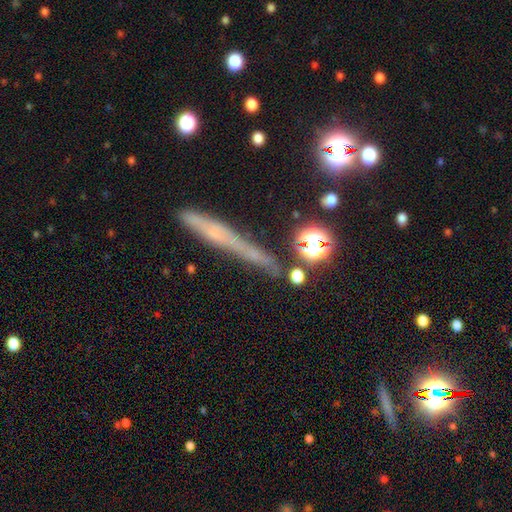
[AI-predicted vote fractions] The model was most divided on "smooth or featured": smooth: 37%, featured or disk: 36%, star or artifact: 28%. More confident: merging — none (76%).